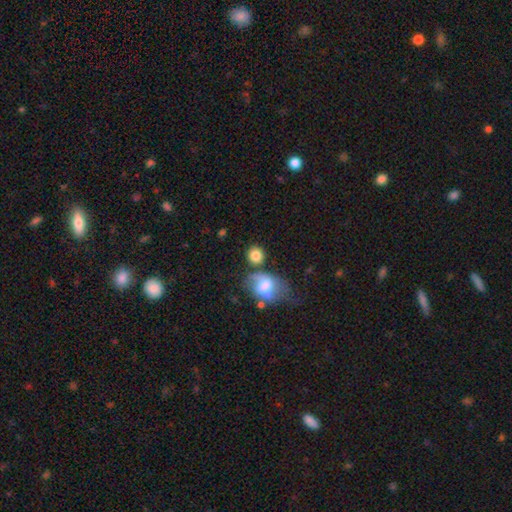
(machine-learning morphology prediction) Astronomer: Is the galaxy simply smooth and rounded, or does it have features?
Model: smooth — 80%.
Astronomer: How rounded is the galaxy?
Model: round — 80%.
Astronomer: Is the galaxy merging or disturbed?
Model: none — 60%.